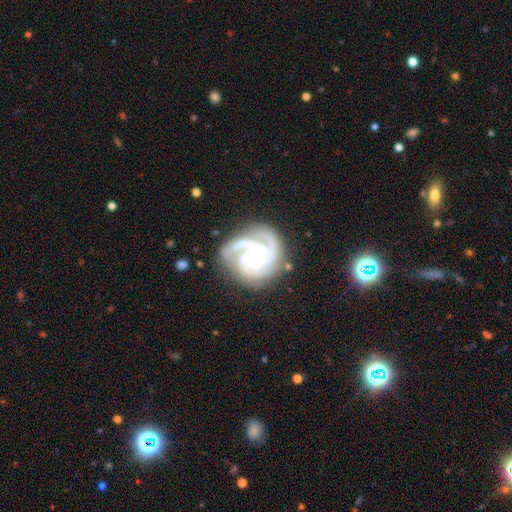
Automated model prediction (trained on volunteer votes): Smooth or featured? featured or disk (91%)
Edge-on disk? no (98%)
Bar? no (69%)
Spiral arms? yes (99%)
Spiral winding? tight (71%)
Spiral arm count? 3 (61%)
Bulge size? small (68%)
Merging? none (75%)